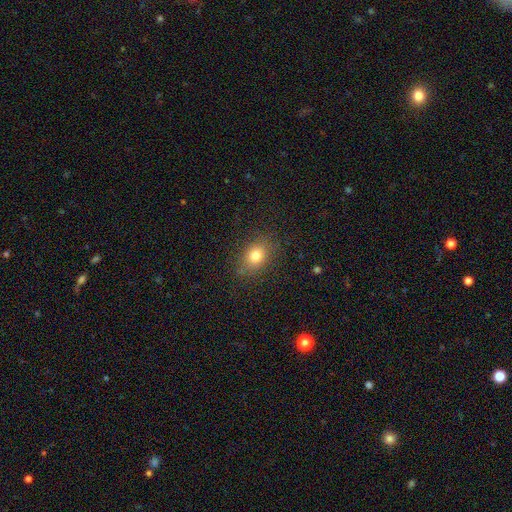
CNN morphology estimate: Smooth or featured: smooth — 77% (star or artifact — 13%)
How rounded: in between — 59% (round — 39%)
Merging: none — 81% (minor disturbance — 13%)